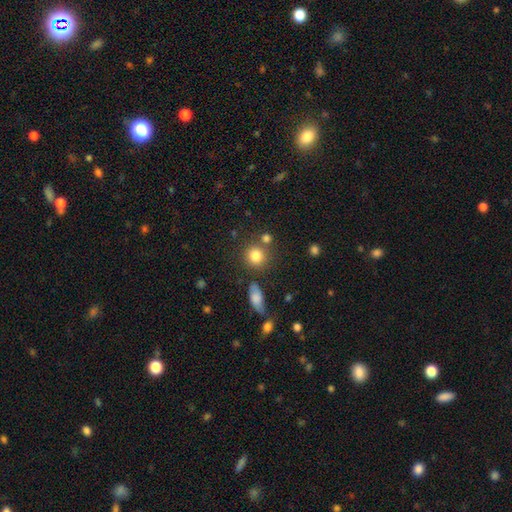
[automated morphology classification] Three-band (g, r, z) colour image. It shows a smooth galaxy with no disk features (82%) that is round (86%). Merging: none (71%).